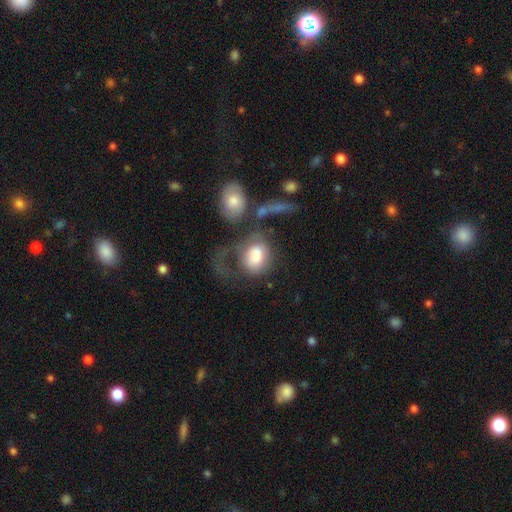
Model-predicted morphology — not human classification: This is likely a smooth galaxy (68%). How rounded: possibly in between (52%). Merging: possibly major disturbance (46%).